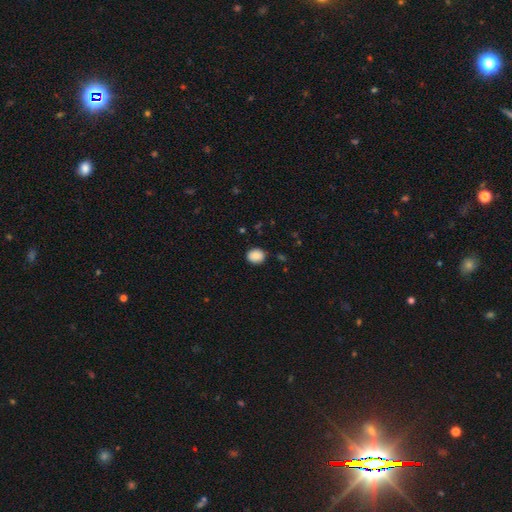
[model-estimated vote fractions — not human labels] smooth_or_featured: smooth (p=0.89) [alt: star or artifact p=0.08]
how_rounded: round (p=0.57) [alt: in between p=0.42]
merging: none (p=0.87) [alt: minor disturbance p=0.09]